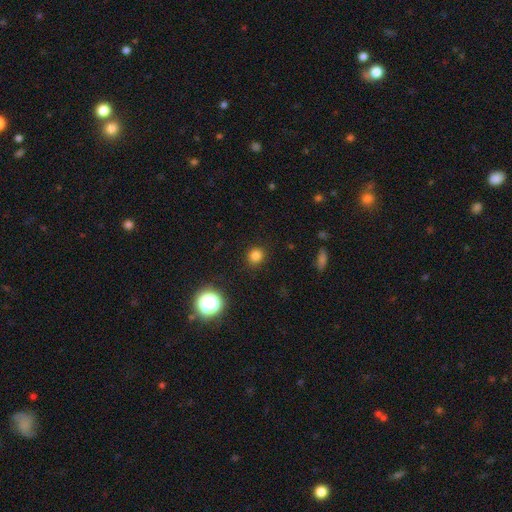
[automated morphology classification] A smooth galaxy with no disk features (80%) that is round (88%).

Vote fractions:
- Smooth or featured? smooth: 80% / star or artifact: 16% / featured or disk: 5%
- How rounded? round: 88% / in between: 11% / cigar-shaped: 1%
- Merging? none: 90% / minor disturbance: 7% / major disturbance: 2% / merger: 1%